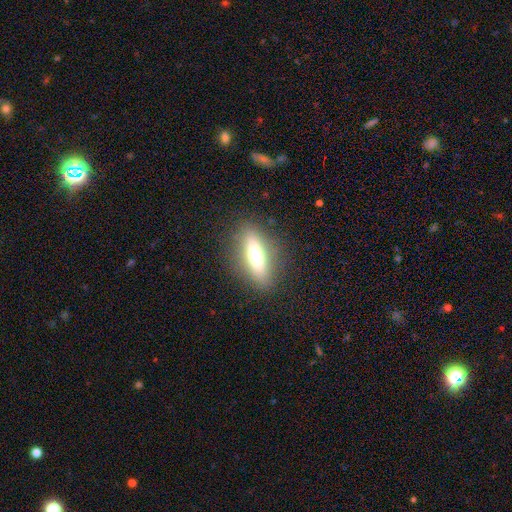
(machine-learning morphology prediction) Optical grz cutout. It shows a smooth galaxy with no disk features (53%) that is in between round and cigar-shaped (51%). Merging: none (85%).